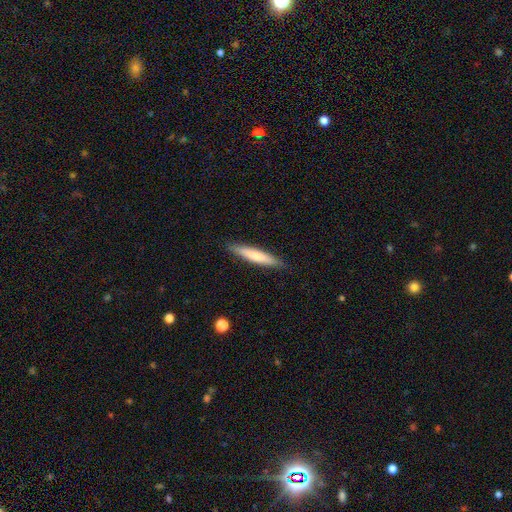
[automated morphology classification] type=smooth (68%); roundness=cigar-shaped (90%); merging=none (89%).